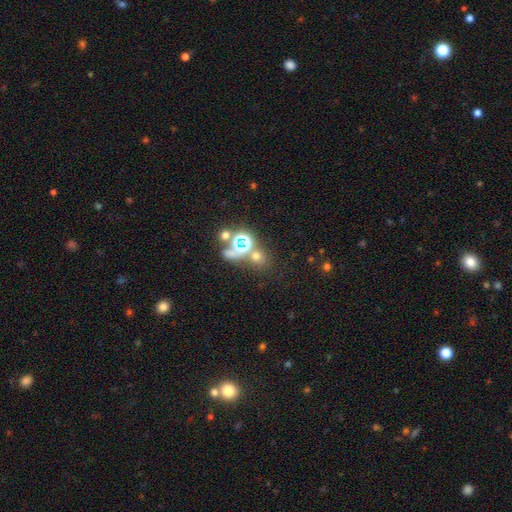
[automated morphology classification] A smooth galaxy with no disk features (45%, tied with star or artifact).

Vote fractions:
- Smooth or featured? smooth: 45% (tied) / star or artifact: 45% (tied) / featured or disk: 10%
- Merging? none: 64% / merger: 21% / minor disturbance: 9% / major disturbance: 6%